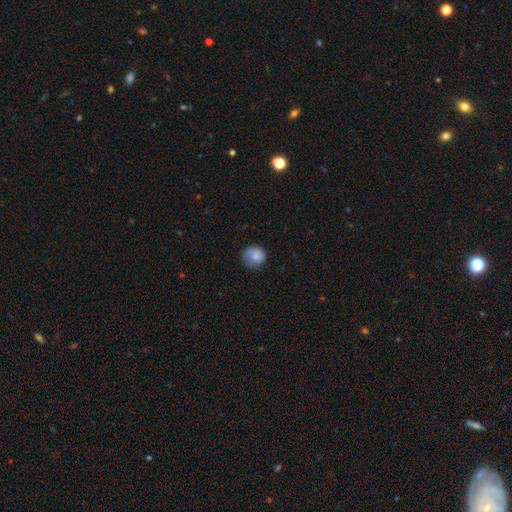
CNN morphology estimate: Smooth or featured?
  - smooth: 79% *
  - featured or disk: 13%
  - star or artifact: 8%
How rounded?
  - round: 85% *
  - in between: 14%
  - cigar-shaped: 1%
Merging?
  - none: 61% *
  - minor disturbance: 25%
  - major disturbance: 12%
  - merger: 1%